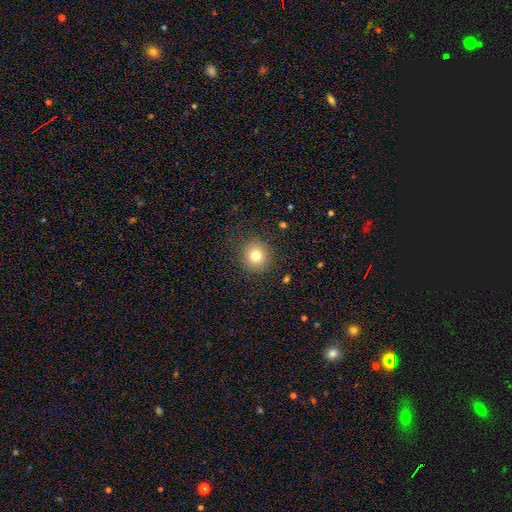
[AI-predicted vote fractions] Overall: smooth (78%). How rounded: round (91%). Merging: none (88%).